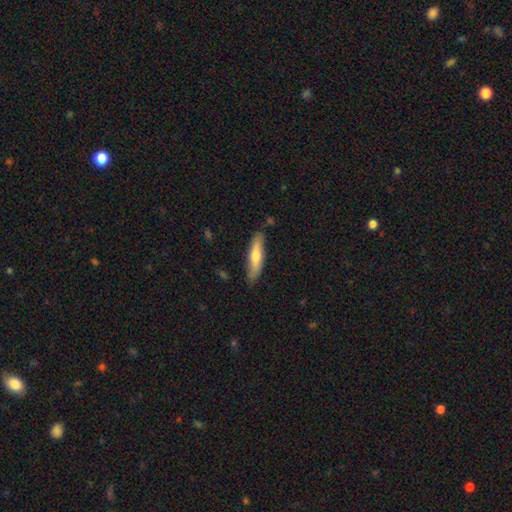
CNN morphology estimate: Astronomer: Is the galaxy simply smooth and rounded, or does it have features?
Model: smooth — 61%.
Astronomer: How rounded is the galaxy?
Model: cigar-shaped — 76%.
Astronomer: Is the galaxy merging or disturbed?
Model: none — 81%.